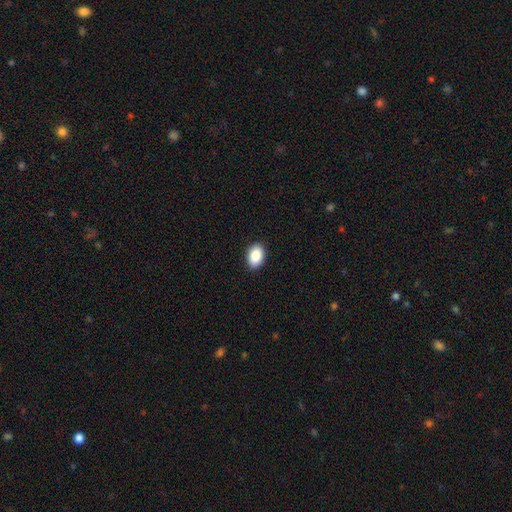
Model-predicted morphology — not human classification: Smooth or featured: smooth — 89% (star or artifact — 7%)
How rounded: in between — 88% (round — 11%)
Merging: none — 90% (minor disturbance — 7%)